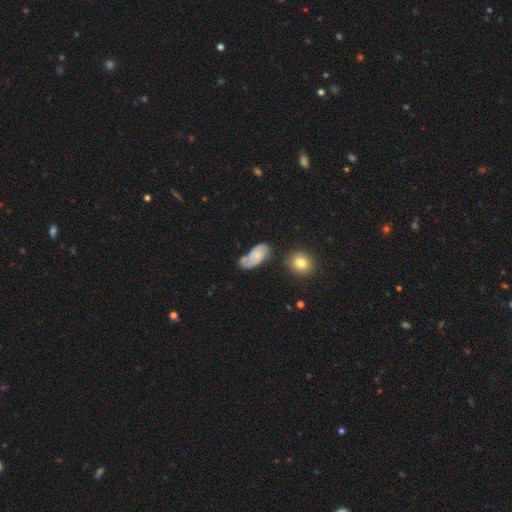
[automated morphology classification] This is likely a featured or disk galaxy (61%). It is clearly not viewed edge-on (95%). Bar: likely no (65%). Spiral arm pattern: clearly yes (88%). Spiral arm count: likely 2 (65%). Spiral winding: marginally medium (41%, tied with tight). Central bulge: likely small (62%). Merging: possibly none (52%).